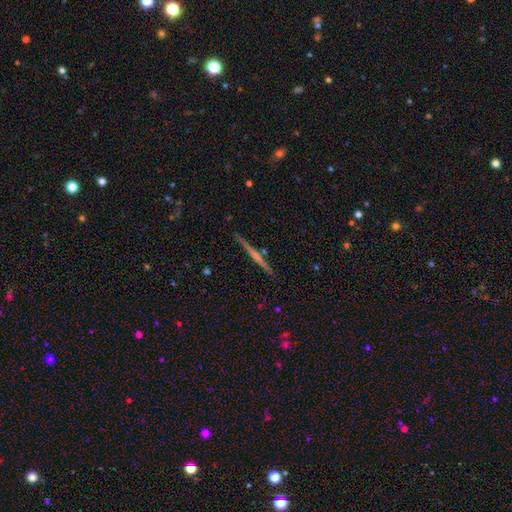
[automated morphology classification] Overall: featured or disk (72%). Edge-on disk: yes (98%). Edge-on bulge: rounded (47%; none 46%). Merging: none (92%).